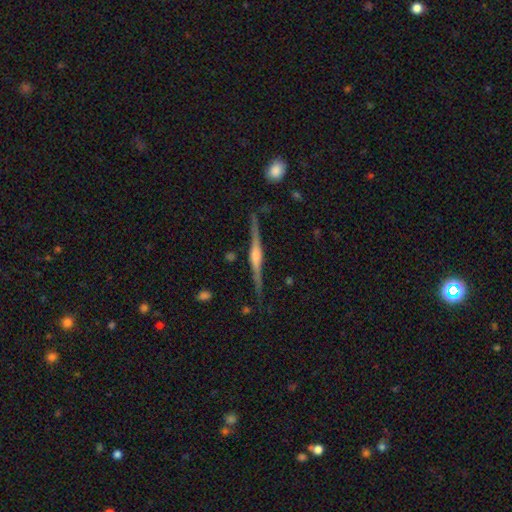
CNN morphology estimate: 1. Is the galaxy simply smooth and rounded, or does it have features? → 84% featured or disk, 10% smooth, 6% star or artifact.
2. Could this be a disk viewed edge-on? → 98% yes, 2% no.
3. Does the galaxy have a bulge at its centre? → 80% rounded, 15% boxy, 5% none.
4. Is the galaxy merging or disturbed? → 87% none, 10% minor disturbance, 2% major disturbance, 2% merger.